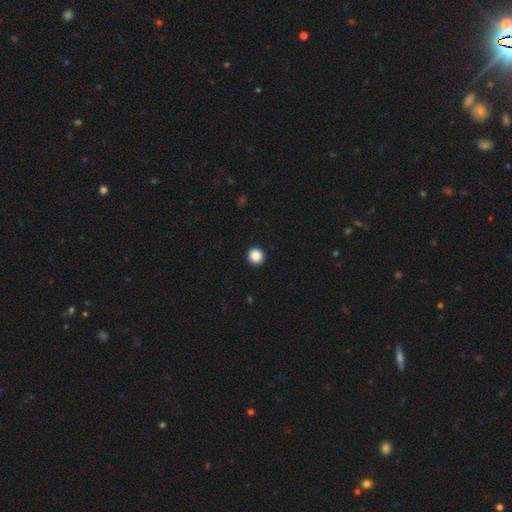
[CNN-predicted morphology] Smooth or featured? smooth (88%)
How rounded? round (96%)
Merging? none (94%)